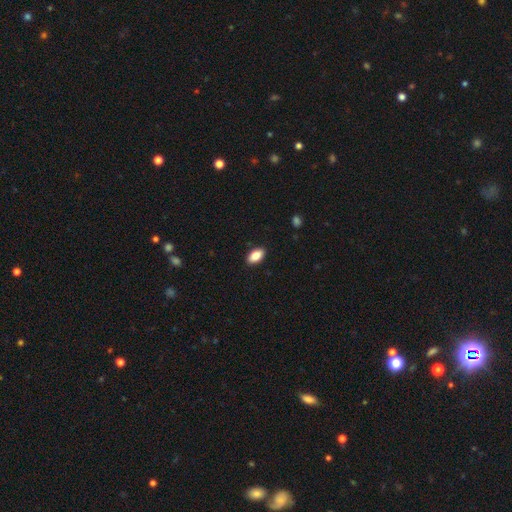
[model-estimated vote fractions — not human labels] The model was most divided on "smooth or featured": smooth: 85%, featured or disk: 8%, star or artifact: 7%. More confident: how rounded — in between (92%); merging — none (89%).